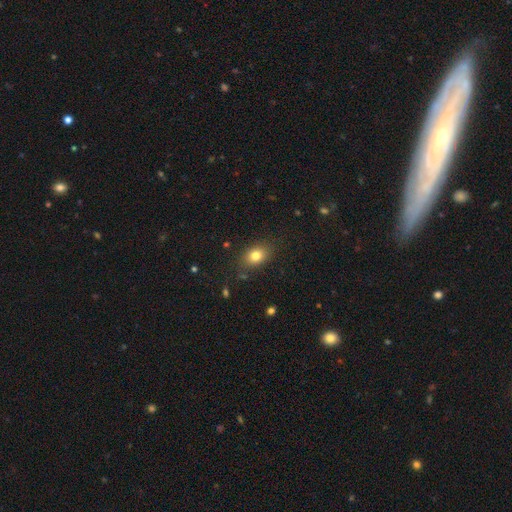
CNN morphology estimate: A smooth galaxy with no disk features (81%) that is in between round and cigar-shaped (70%). Merging: none (83%).